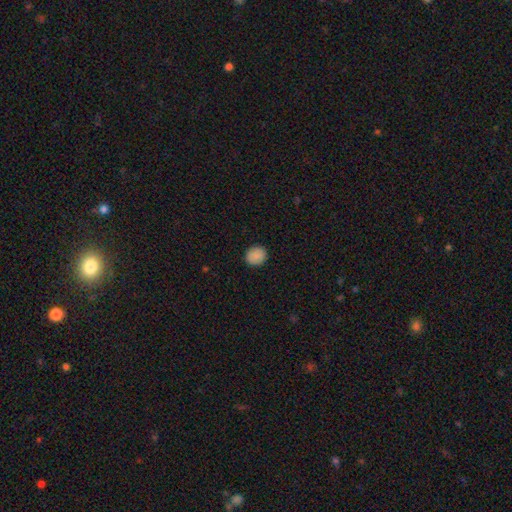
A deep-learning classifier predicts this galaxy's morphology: Smooth or featured?
  - smooth: 89% *
  - star or artifact: 8%
  - featured or disk: 3%
How rounded?
  - round: 79% *
  - in between: 20%
  - cigar-shaped: 1%
Merging?
  - none: 91% *
  - minor disturbance: 7%
  - major disturbance: 2%
  - merger: 1%